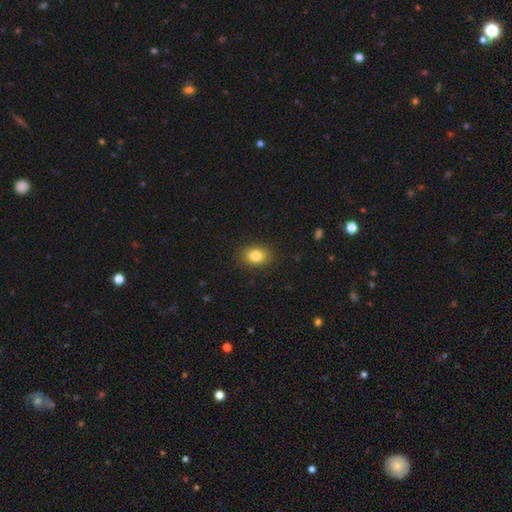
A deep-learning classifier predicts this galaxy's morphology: Q: Smooth or featured?
A: smooth (83%); runner-up: star or artifact (10%)
Q: How rounded?
A: in between (61%); runner-up: round (38%)
Q: Merging?
A: none (88%); runner-up: minor disturbance (9%)